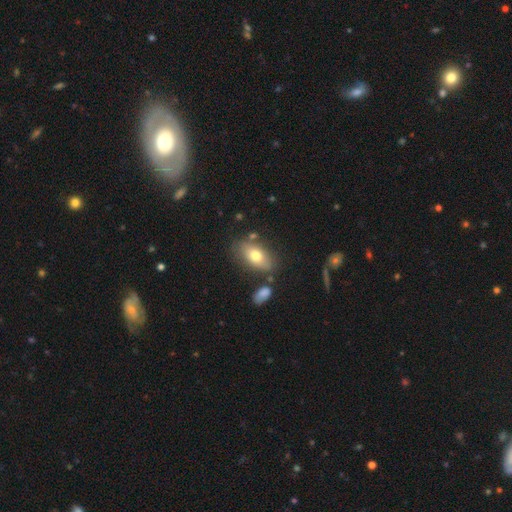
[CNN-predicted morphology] Overall: smooth (71%). How rounded: in between (88%). Merging: none (75%).